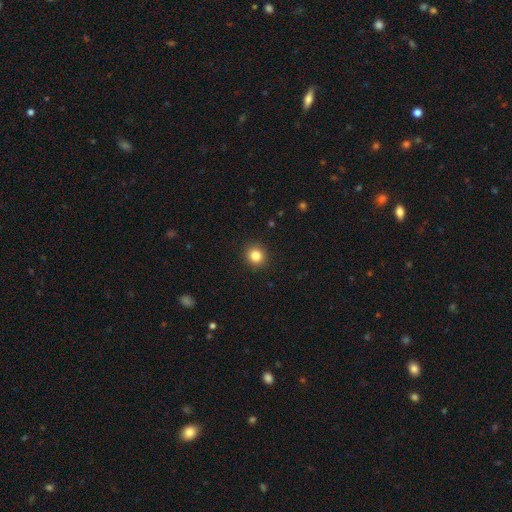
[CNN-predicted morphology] Smooth or featured: smooth — 84% (star or artifact — 11%)
How rounded: round — 88% (in between — 11%)
Merging: none — 92% (minor disturbance — 6%)